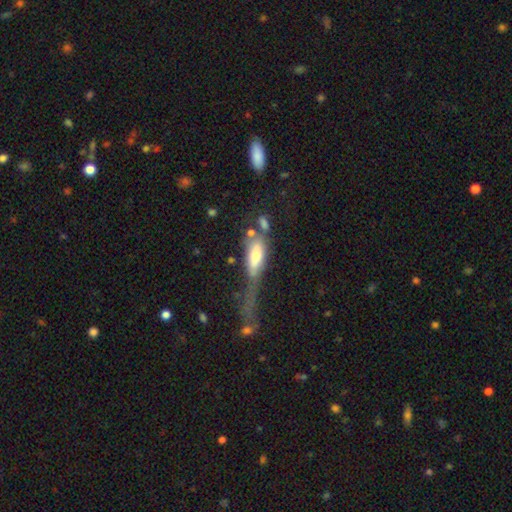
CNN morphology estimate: type=smooth (58%); roundness=in between (59%); merging=major disturbance (47%).